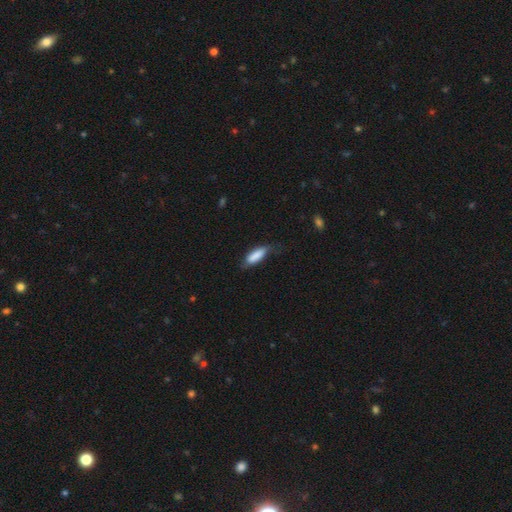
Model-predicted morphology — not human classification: Smooth or featured?
  - smooth: 83% *
  - featured or disk: 12%
  - star or artifact: 6%
How rounded?
  - in between: 60% *
  - cigar-shaped: 38%
  - round: 2%
Merging?
  - none: 53% *
  - minor disturbance: 34%
  - major disturbance: 12%
  - merger: 2%